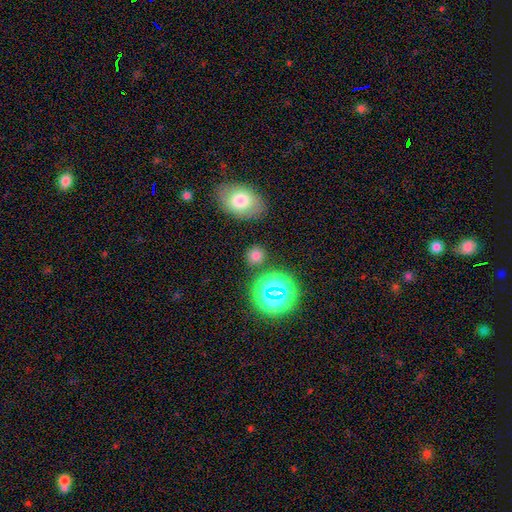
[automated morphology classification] smooth-or-featured: smooth: 71% | star or artifact: 23% | featured or disk: 6%
  how-rounded: round: 82% | in between: 17% | cigar-shaped: 1%
  merging: none: 84% | minor disturbance: 9% | merger: 4% | major disturbance: 3%